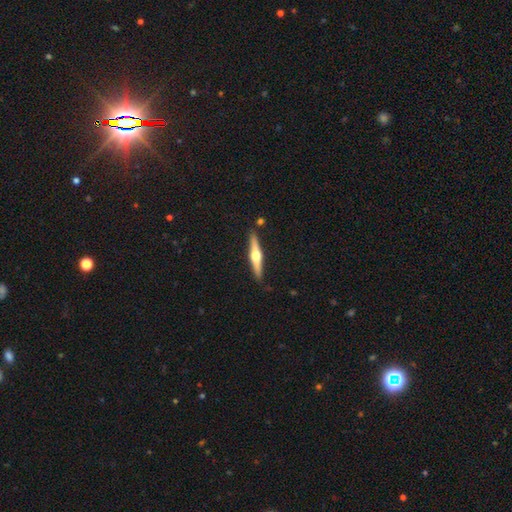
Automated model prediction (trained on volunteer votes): A featured or disk galaxy (69%) viewed edge-on (98%) with a rounded central bulge (94%). Merging: none (88%).